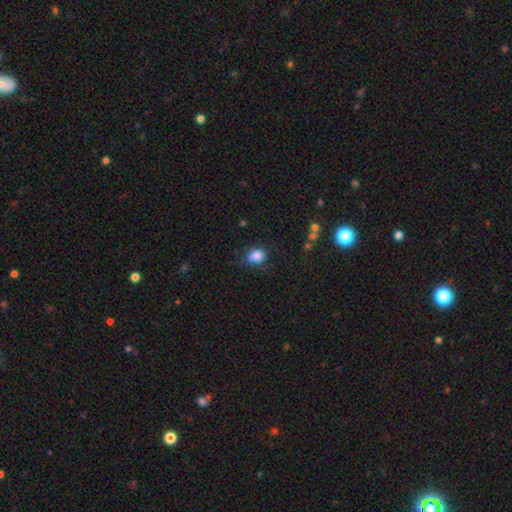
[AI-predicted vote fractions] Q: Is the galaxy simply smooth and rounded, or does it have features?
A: smooth — 82%.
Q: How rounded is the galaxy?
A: in between — 55%.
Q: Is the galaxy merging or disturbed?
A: none — 55%.